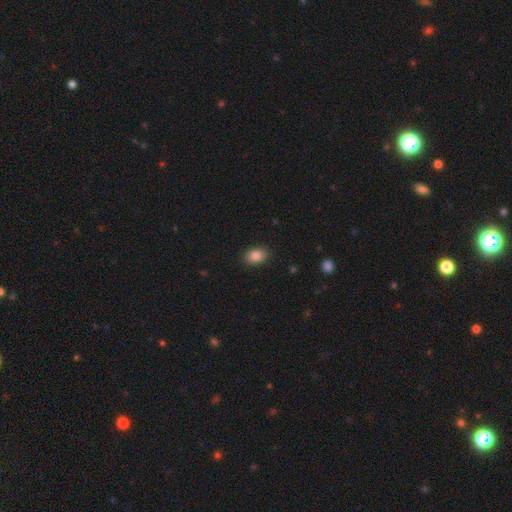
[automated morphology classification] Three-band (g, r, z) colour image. It shows a smooth galaxy with no disk features (86%) that is in between round and cigar-shaped (75%). Merging: none (87%).